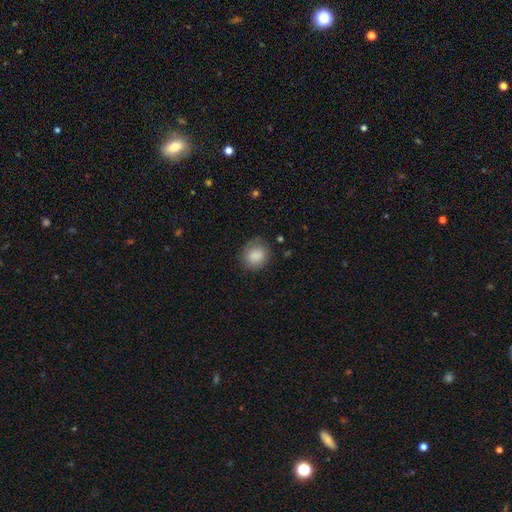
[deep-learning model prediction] Smooth or featured? Predicted: smooth (p=0.87). How rounded? Predicted: round (p=0.81). Merging? Predicted: none (p=0.78).